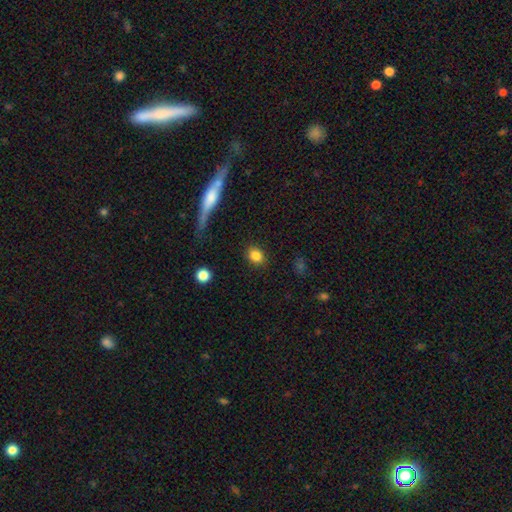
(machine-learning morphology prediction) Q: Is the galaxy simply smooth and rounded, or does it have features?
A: smooth — 84%.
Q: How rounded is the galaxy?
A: round — 60%.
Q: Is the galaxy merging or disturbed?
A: none — 88%.